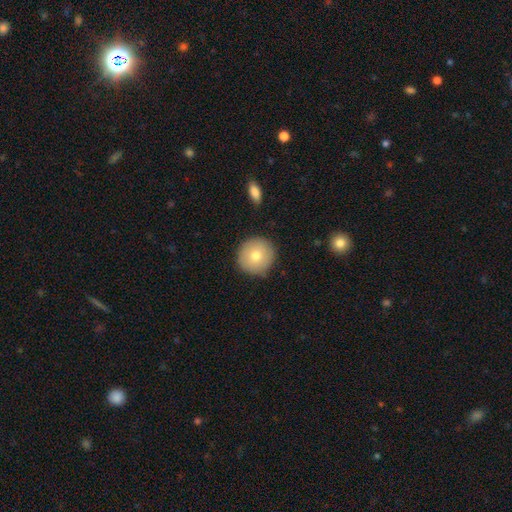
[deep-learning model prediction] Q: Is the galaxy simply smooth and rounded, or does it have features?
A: smooth — 74%.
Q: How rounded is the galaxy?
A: round — 94%.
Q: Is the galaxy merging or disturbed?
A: none — 89%.